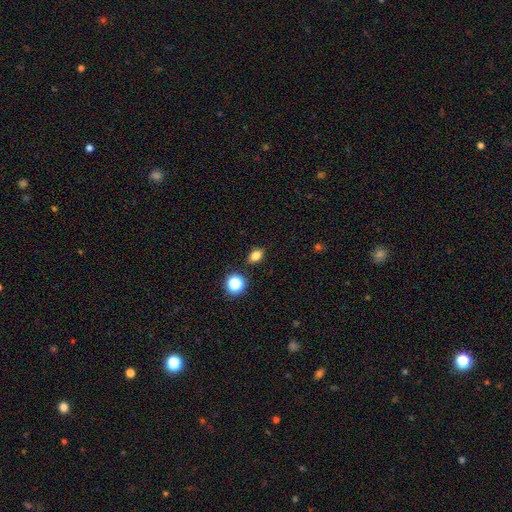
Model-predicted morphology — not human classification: smooth_or_featured: smooth (p=0.79) [alt: star or artifact p=0.14]
how_rounded: in between (p=0.72) [alt: round p=0.26]
merging: none (p=0.86) [alt: minor disturbance p=0.09]